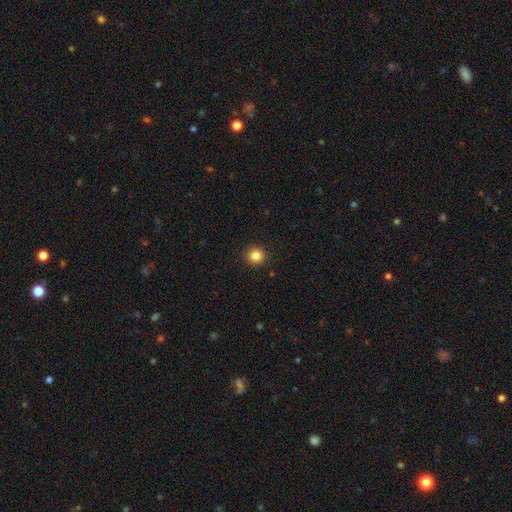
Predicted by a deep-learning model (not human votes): Smooth or featured?
  - smooth: 84% *
  - star or artifact: 11%
  - featured or disk: 5%
How rounded?
  - round: 92% *
  - in between: 7%
  - cigar-shaped: 1%
Merging?
  - none: 93% *
  - minor disturbance: 5%
  - major disturbance: 2%
  - merger: 1%